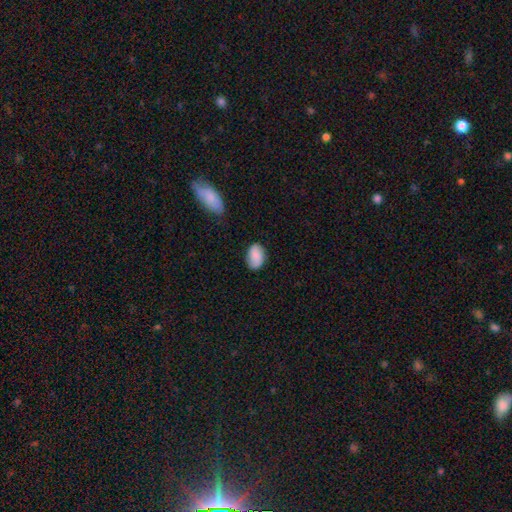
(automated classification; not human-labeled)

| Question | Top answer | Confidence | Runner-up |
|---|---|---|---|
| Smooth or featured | smooth | 78% | featured or disk (15%) |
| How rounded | in between | 88% | round (11%) |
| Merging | none | 75% | minor disturbance (19%) |